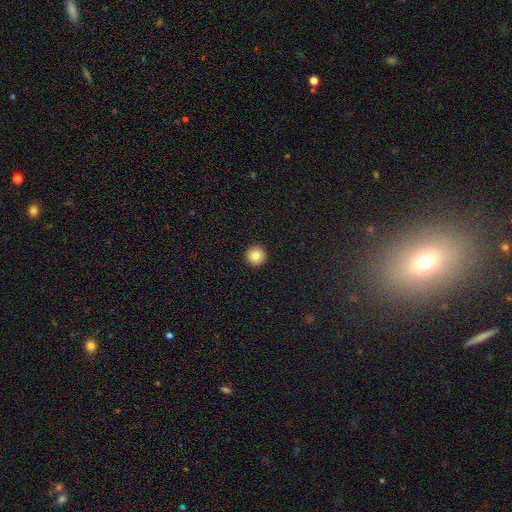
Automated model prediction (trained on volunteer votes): Overall: smooth (85%). How rounded: round (97%). Merging: none (94%).